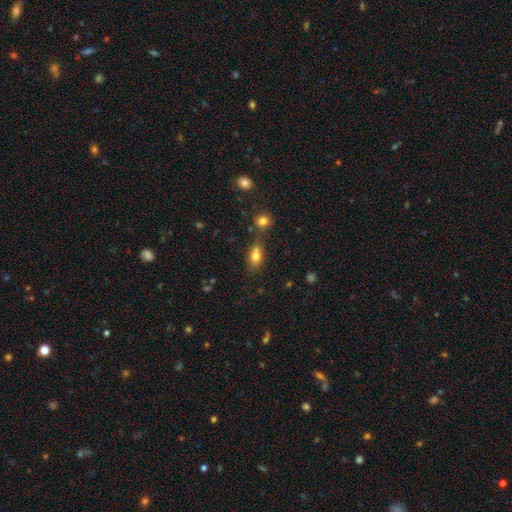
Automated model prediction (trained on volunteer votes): Smooth or featured? Predicted: smooth (p=0.77). How rounded? Predicted: in between (p=0.71). Merging? Predicted: none (p=0.45).